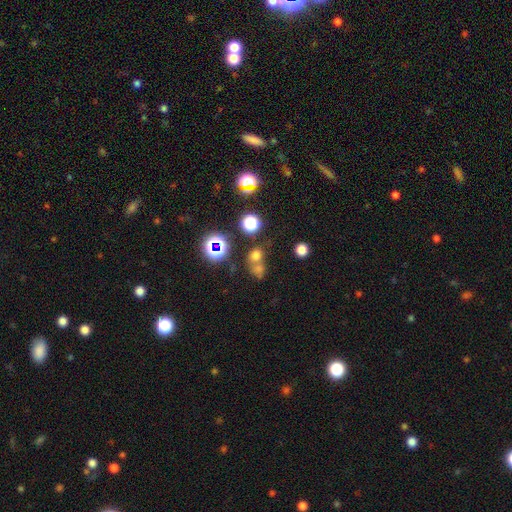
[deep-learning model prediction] smooth-or-featured: smooth: 60% | star or artifact: 30% | featured or disk: 10%
  how-rounded: round: 72% | in between: 27% | cigar-shaped: 1%
  merging: none: 46% | merger: 40% | minor disturbance: 8% | major disturbance: 5%